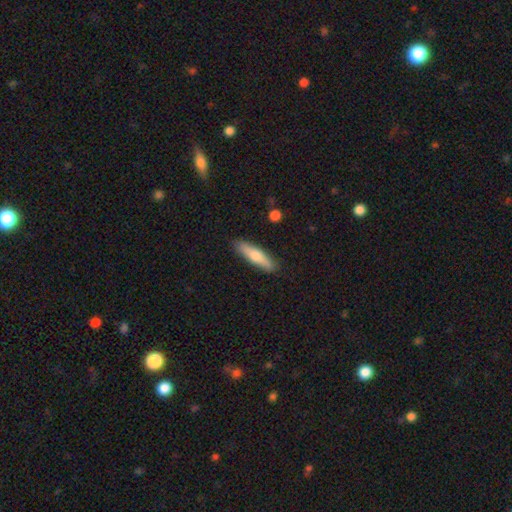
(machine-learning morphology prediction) Q: Smooth or featured?
A: smooth (63%); runner-up: featured or disk (32%)
Q: How rounded?
A: cigar-shaped (76%); runner-up: in between (22%)
Q: Merging?
A: none (87%); runner-up: minor disturbance (9%)